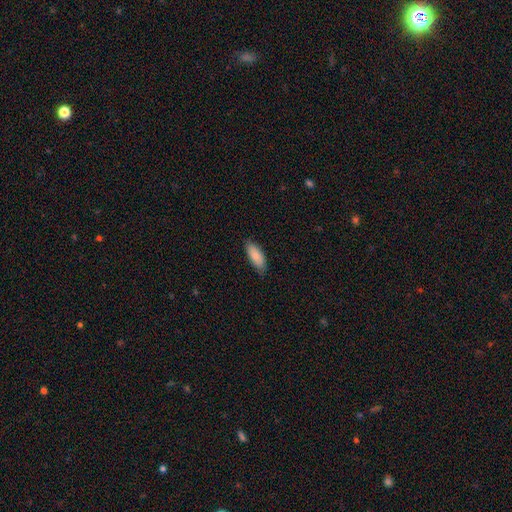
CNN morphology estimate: Overall: smooth (88%). How rounded: in between (77%). Merging: none (82%).